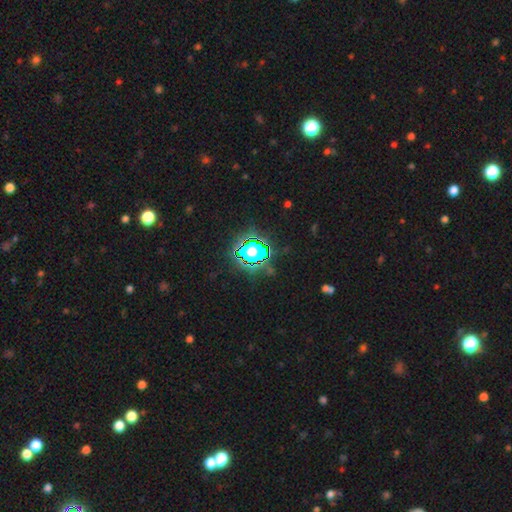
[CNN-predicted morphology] Smooth or featured? Predicted: star or artifact (p=0.65).